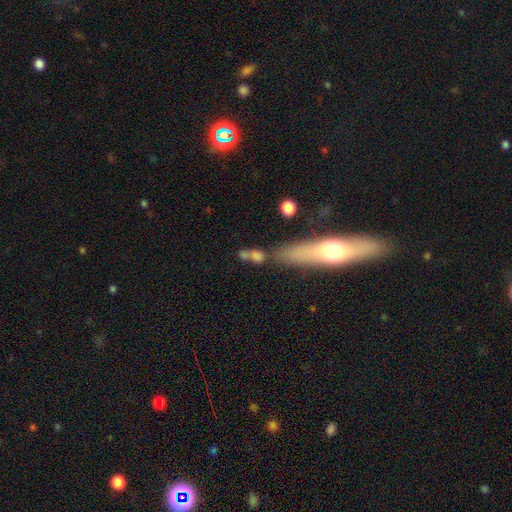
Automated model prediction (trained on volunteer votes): smooth_or_featured: smooth (p=0.66) [alt: featured or disk p=0.19]
how_rounded: in between (p=0.48) [alt: cigar-shaped p=0.29]
merging: merger (p=0.39) [alt: none p=0.38]